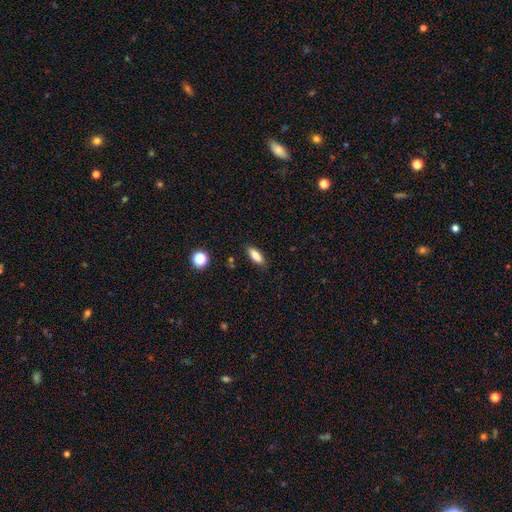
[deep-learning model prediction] This appears to be a smooth galaxy with no disk features (83%) that is in between round and cigar-shaped (71%). Merging: none (86%).